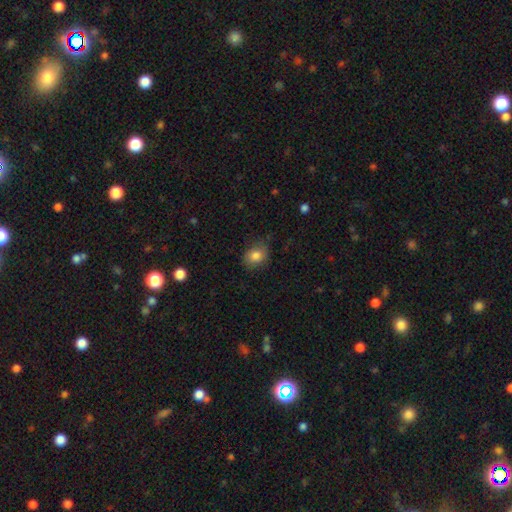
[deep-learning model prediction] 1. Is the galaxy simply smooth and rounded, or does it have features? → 81% smooth, 9% star or artifact, 9% featured or disk.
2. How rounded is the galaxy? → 56% round, 43% in between, 1% cigar-shaped.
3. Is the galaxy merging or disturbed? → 76% none, 18% minor disturbance, 4% major disturbance, 1% merger.